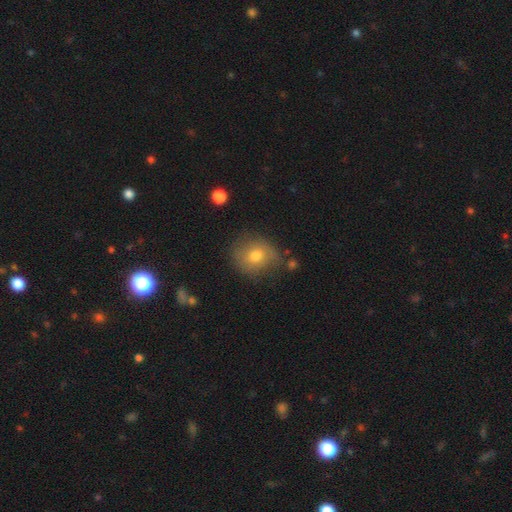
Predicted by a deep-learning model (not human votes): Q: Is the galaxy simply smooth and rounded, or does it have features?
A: smooth — 70%.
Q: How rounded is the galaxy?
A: round — 77%.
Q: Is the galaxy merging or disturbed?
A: none — 73%.